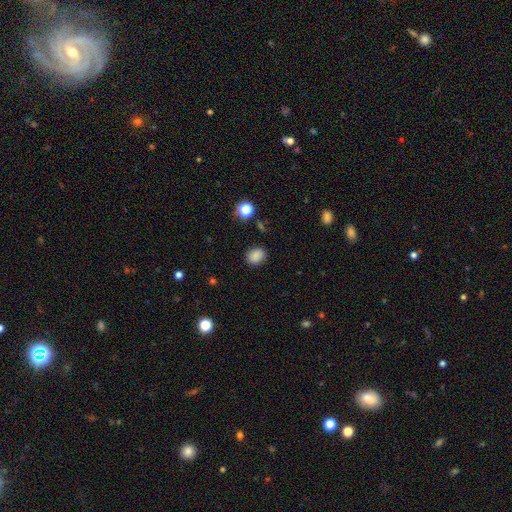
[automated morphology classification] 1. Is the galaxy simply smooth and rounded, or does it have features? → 85% smooth, 11% star or artifact, 4% featured or disk.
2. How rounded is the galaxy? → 51% round, 48% in between, 1% cigar-shaped.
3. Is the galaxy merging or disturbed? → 85% none, 11% minor disturbance, 3% major disturbance, 2% merger.